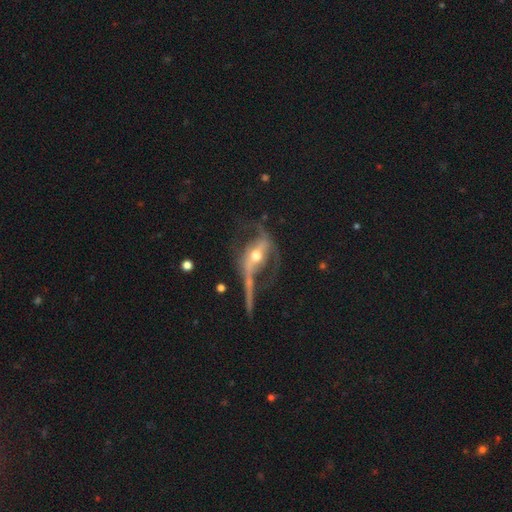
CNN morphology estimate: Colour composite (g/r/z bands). It shows a featured or disk galaxy (81%) with a strong bar (45%), spiral arms (72%) and a moderate central bulge (70%). Merging: major disturbance (38%).